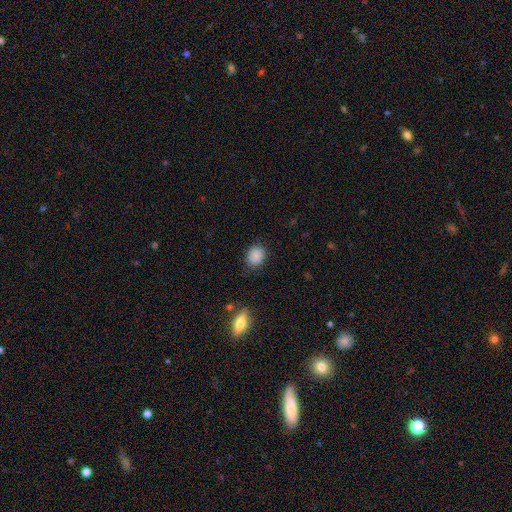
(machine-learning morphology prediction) Smooth or featured? Predicted: smooth (p=0.86). How rounded? Predicted: round (p=0.50). Merging? Predicted: none (p=0.81).